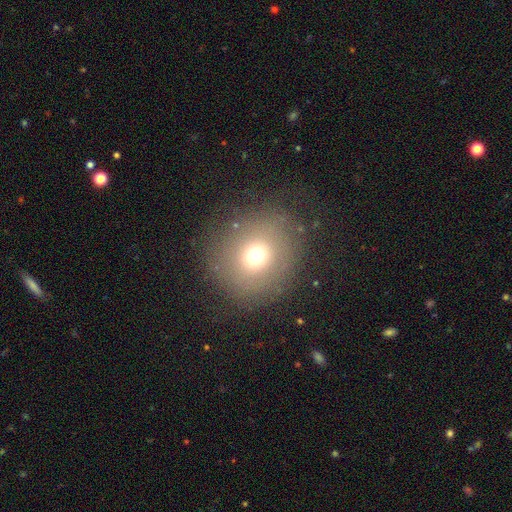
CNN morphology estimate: smooth_or_featured: smooth (p=0.68) [alt: star or artifact p=0.18]
how_rounded: round (p=0.86) [alt: in between p=0.13]
merging: none (p=0.83) [alt: minor disturbance p=0.10]